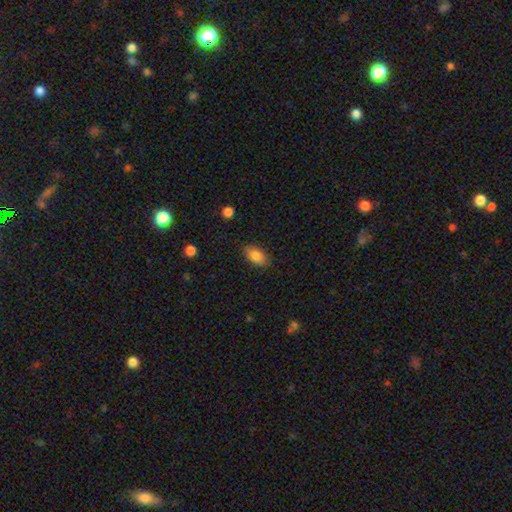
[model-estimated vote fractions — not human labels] Smooth or featured? Predicted: smooth (p=0.83). How rounded? Predicted: in between (p=0.92). Merging? Predicted: none (p=0.84).